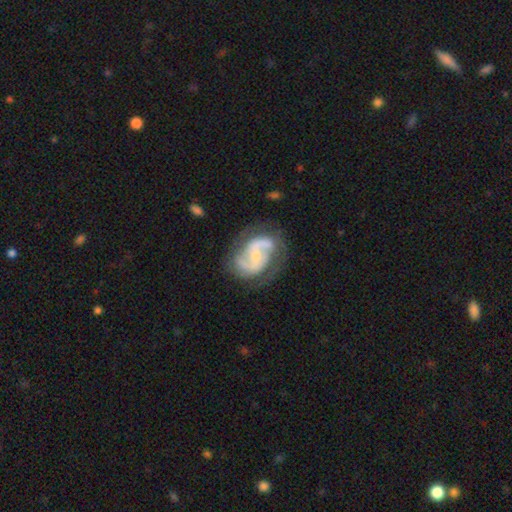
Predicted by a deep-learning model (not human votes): This appears to be a featured or disk galaxy (86%) with no bar (43%), 2 (82%) medium (51%) spiral arms (95%) and a small central bulge (56%). Merging: none (68%).